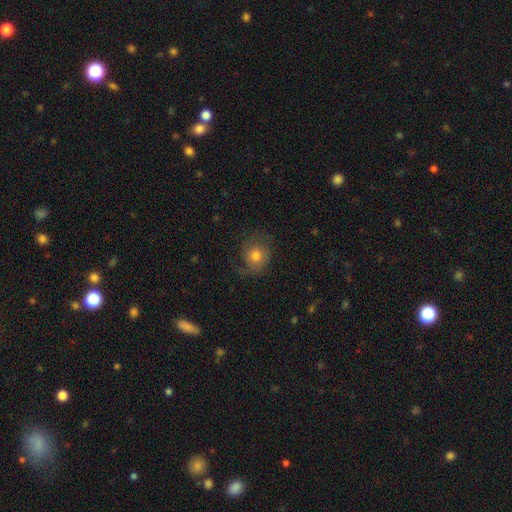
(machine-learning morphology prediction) A smooth galaxy with no disk features (57%) that is round (78%). Merging: none (62%).